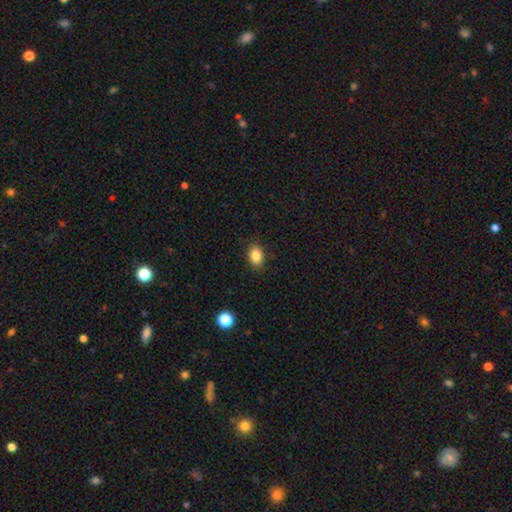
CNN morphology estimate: Overall: smooth (85%). How rounded: in between (71%). Merging: none (87%).